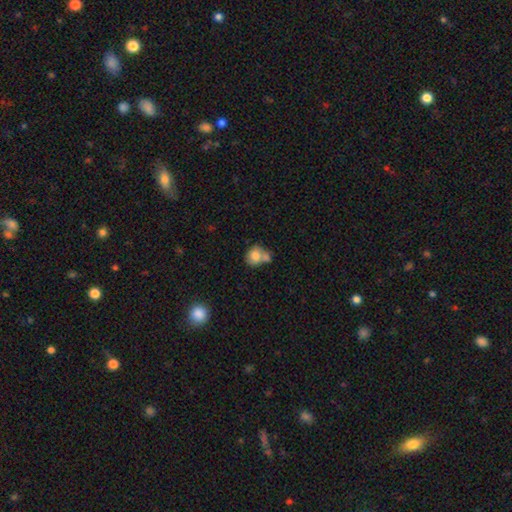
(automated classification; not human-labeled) Smooth or featured? Predicted: smooth (p=0.77). How rounded? Predicted: round (p=0.70). Merging? Predicted: merger (p=0.44).